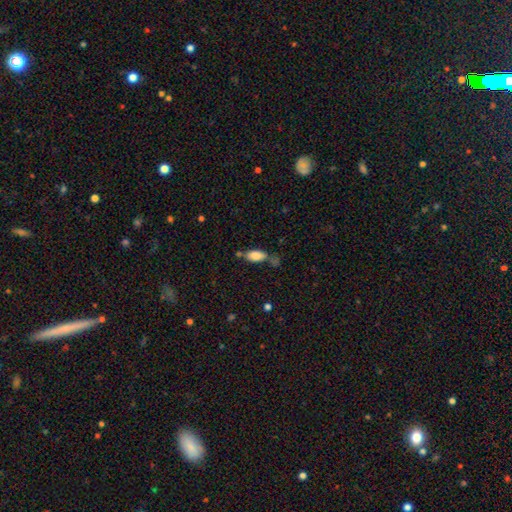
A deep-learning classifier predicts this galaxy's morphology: A smooth galaxy with no disk features (83%) that is in between round and cigar-shaped (90%).

Vote fractions:
- Smooth or featured? smooth: 83% / featured or disk: 9% / star or artifact: 8%
- How rounded? in between: 90% / cigar-shaped: 7% / round: 3%
- Merging? none: 49% / minor disturbance: 21% / merger: 20% / major disturbance: 9%